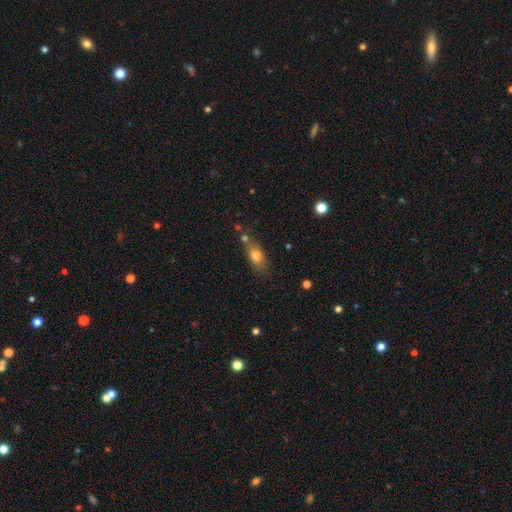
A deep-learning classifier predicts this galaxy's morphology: Smooth or featured? Predicted: smooth (p=0.77). How rounded? Predicted: in between (p=0.78). Merging? Predicted: none (p=0.58).